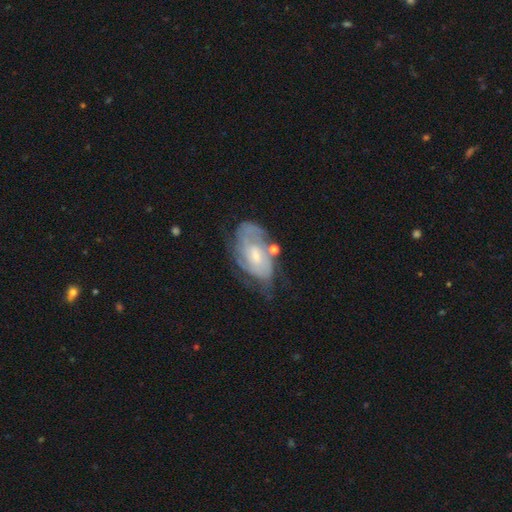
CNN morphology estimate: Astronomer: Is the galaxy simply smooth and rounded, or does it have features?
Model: featured or disk — 76%.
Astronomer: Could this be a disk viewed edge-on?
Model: no — 96%.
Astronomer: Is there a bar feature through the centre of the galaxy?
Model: no — 62%.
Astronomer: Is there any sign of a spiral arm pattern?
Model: yes — 88%.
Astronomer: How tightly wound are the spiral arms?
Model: tight — 59%.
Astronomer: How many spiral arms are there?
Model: can't tell — 43% (runner-up: 2, 31%).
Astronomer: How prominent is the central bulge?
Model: small — 53% (runner-up: moderate, 39%).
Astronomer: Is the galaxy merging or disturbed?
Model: none — 50% (runner-up: minor disturbance, 27%).